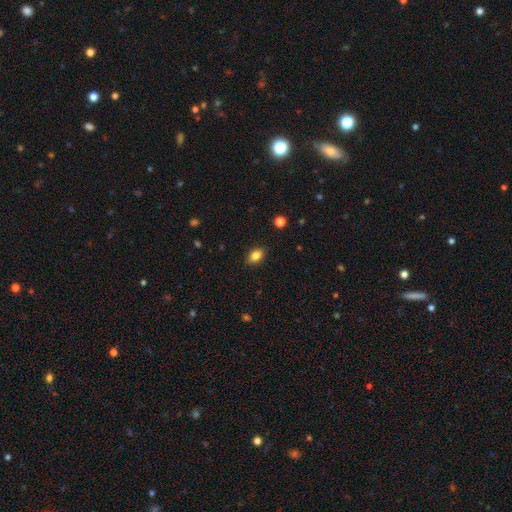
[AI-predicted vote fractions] A smooth galaxy with no disk features (84%) that is in between round and cigar-shaped (84%).

Vote fractions:
- Smooth or featured? smooth: 84% / star or artifact: 9% / featured or disk: 7%
- How rounded? in between: 84% / round: 14% / cigar-shaped: 2%
- Merging? none: 88% / minor disturbance: 9% / major disturbance: 2% / merger: 1%